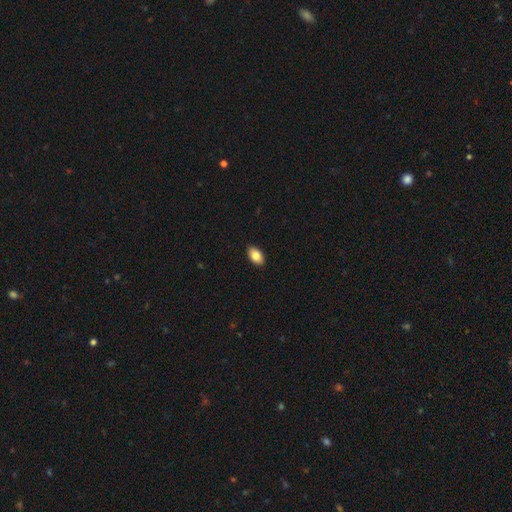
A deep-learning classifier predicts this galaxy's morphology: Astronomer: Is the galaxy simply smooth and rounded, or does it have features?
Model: smooth — 83%.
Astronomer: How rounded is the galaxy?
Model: in between — 93%.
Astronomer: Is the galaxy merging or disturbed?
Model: none — 91%.